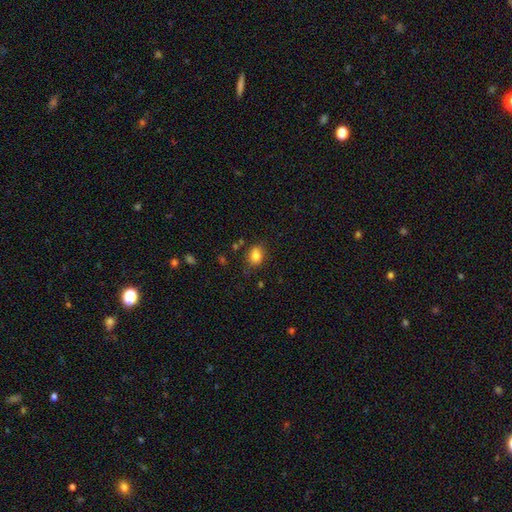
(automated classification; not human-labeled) Q: Smooth or featured?
A: smooth (82%); runner-up: star or artifact (10%)
Q: How rounded?
A: in between (63%); runner-up: round (36%)
Q: Merging?
A: none (75%); runner-up: minor disturbance (17%)